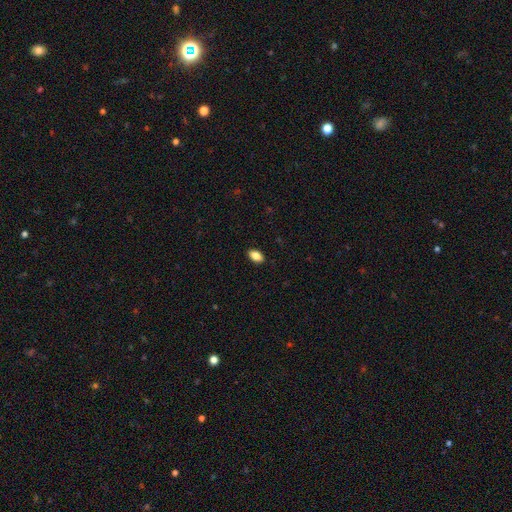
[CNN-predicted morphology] A smooth galaxy with no disk features (85%) that is in between round and cigar-shaped (91%). Merging: none (90%).